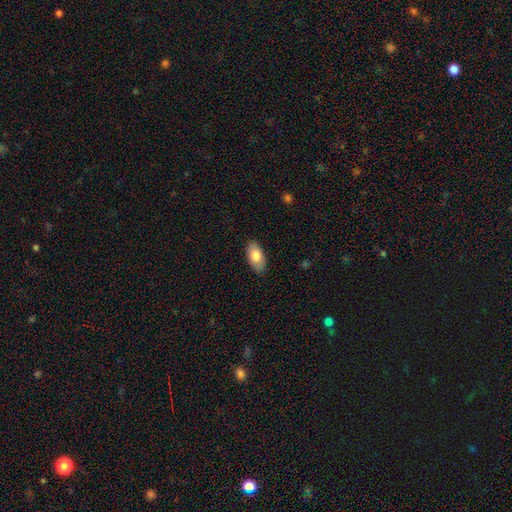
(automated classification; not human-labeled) smooth-or-featured: smooth: 79% | featured or disk: 14% | star or artifact: 6%
  how-rounded: in between: 94% | cigar-shaped: 3% | round: 3%
  merging: none: 88% | minor disturbance: 10% | major disturbance: 2% | merger: 1%